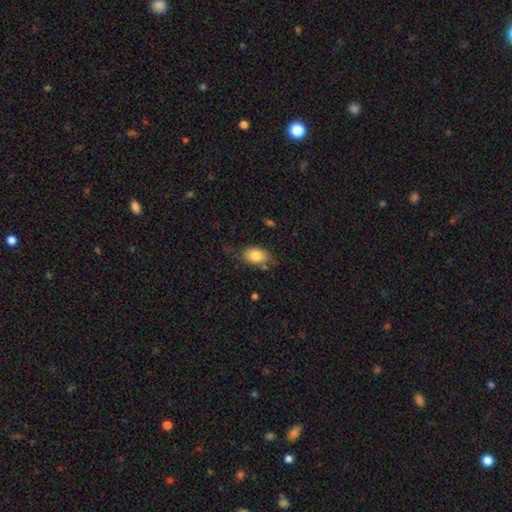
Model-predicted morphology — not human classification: type=smooth (81%); roundness=in between (84%); merging=none (62%).